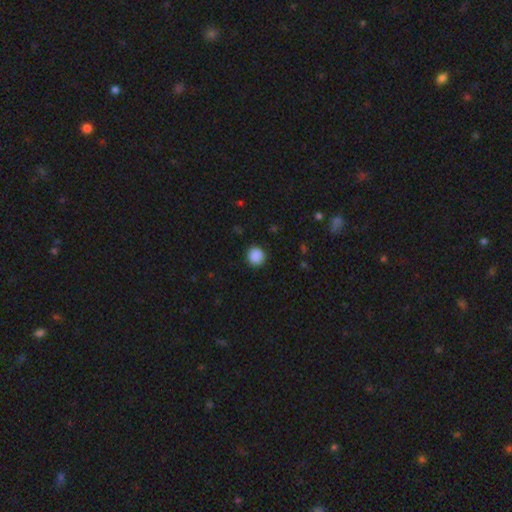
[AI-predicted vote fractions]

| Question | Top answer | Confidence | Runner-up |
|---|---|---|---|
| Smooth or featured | smooth | 88% | star or artifact (9%) |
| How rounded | round | 93% | in between (7%) |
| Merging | none | 91% | minor disturbance (6%) |